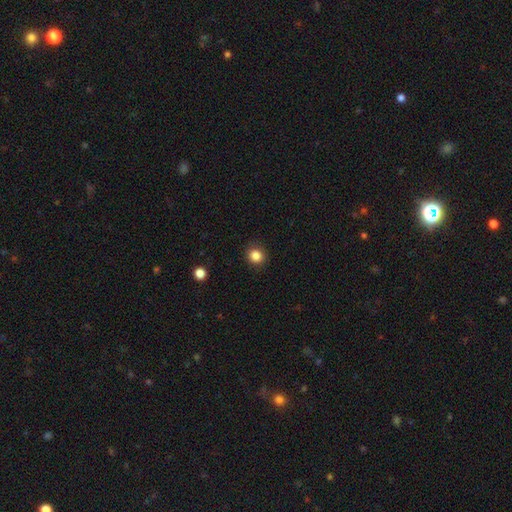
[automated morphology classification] smooth-or-featured: smooth: 85% | star or artifact: 11% | featured or disk: 4%
  how-rounded: round: 83% | in between: 16% | cigar-shaped: 1%
  merging: none: 89% | minor disturbance: 8% | major disturbance: 2% | merger: 1%